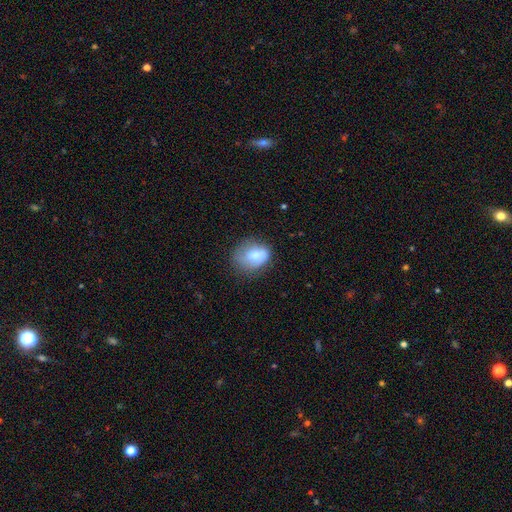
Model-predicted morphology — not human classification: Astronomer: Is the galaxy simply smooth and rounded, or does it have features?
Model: smooth — 79%.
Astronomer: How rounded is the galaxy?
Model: in between — 65%.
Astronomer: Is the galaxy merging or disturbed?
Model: none — 56%.